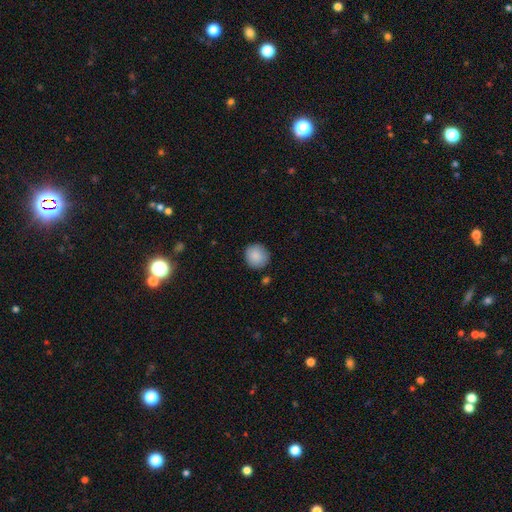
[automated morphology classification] Overall: smooth (89%). How rounded: round (90%). Merging: none (87%).